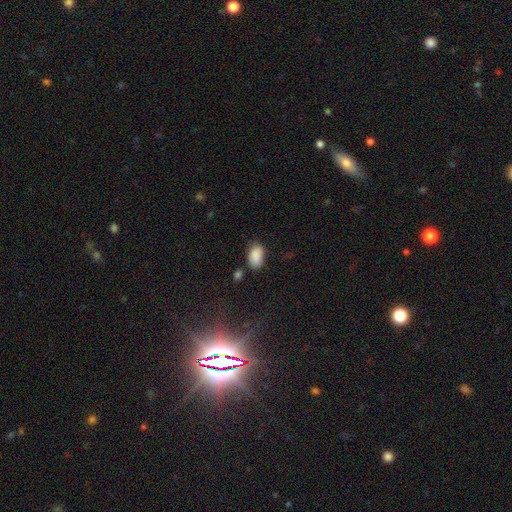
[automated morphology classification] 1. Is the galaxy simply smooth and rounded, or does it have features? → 89% smooth, 7% star or artifact, 4% featured or disk.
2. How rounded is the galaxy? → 92% in between, 7% round, 1% cigar-shaped.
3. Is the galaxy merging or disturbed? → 71% none, 19% minor disturbance, 6% merger, 4% major disturbance.